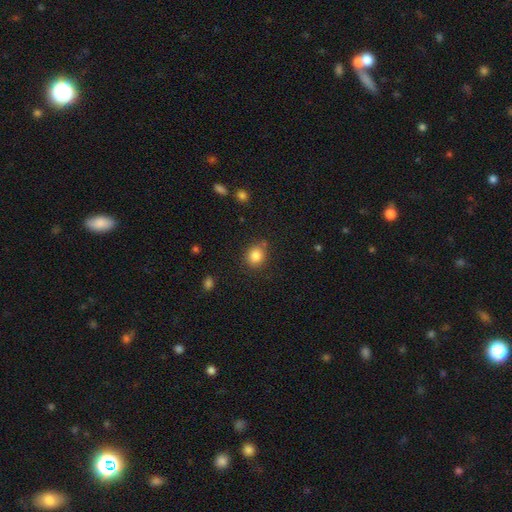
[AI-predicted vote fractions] Smooth or featured: smooth — 84% (star or artifact — 10%)
How rounded: round — 72% (in between — 27%)
Merging: none — 78% (minor disturbance — 13%)